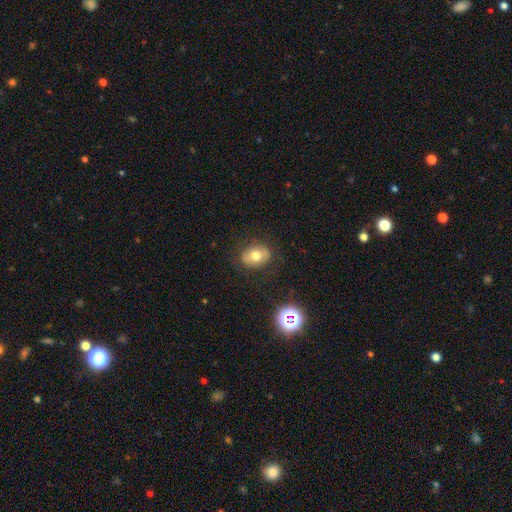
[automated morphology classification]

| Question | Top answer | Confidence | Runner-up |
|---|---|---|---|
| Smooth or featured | smooth | 67% | featured or disk (22%) |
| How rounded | in between | 64% | round (35%) |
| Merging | none | 83% | minor disturbance (12%) |